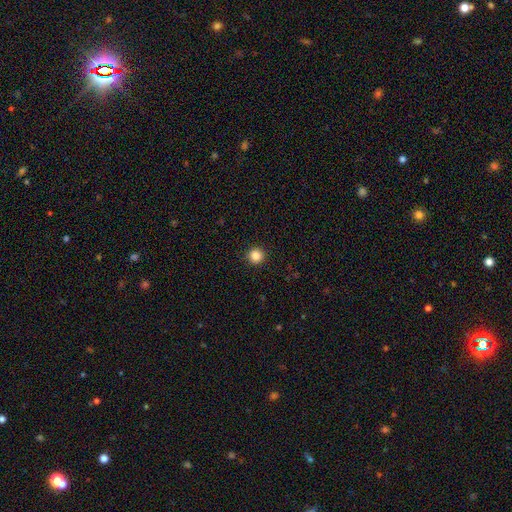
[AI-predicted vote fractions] This appears to be a smooth galaxy with no disk features (85%) that is round (96%). Merging: none (93%).